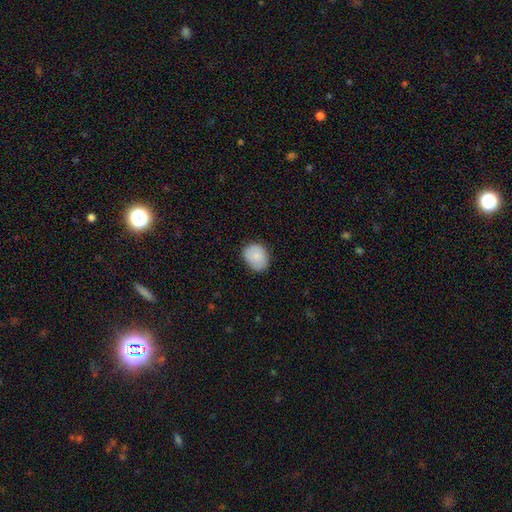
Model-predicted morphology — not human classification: The model was most divided on "how rounded": in between: 51%, round: 48%, cigar-shaped: 1%. More confident: smooth or featured — smooth (86%); merging — none (78%).